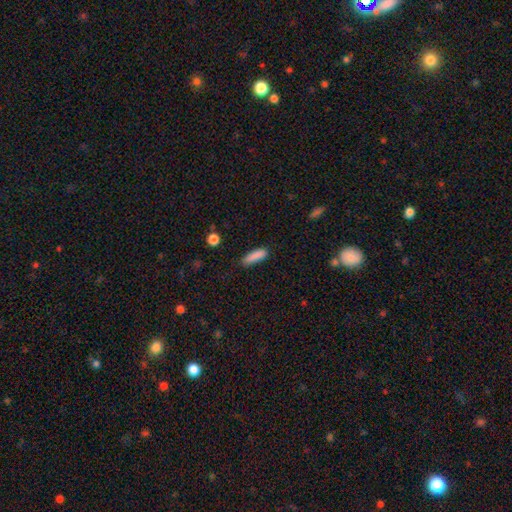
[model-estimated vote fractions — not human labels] Smooth or featured? smooth (87%)
How rounded? cigar-shaped (66%)
Merging? none (82%)